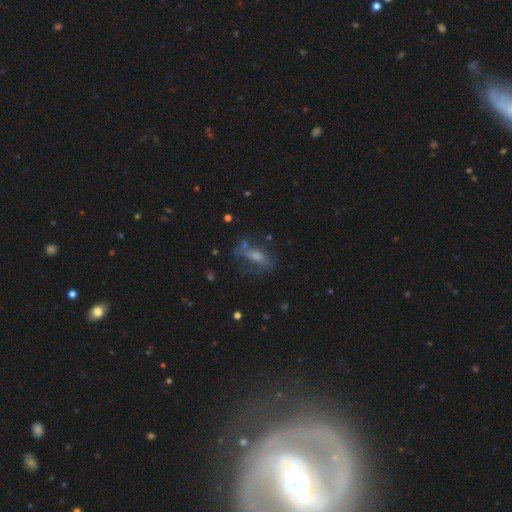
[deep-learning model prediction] A featured or disk galaxy (42%).

Vote fractions:
- Smooth or featured? featured or disk: 42% / smooth: 38% / star or artifact: 20%
- Merging? none: 56% / minor disturbance: 21% / major disturbance: 18% / merger: 6%